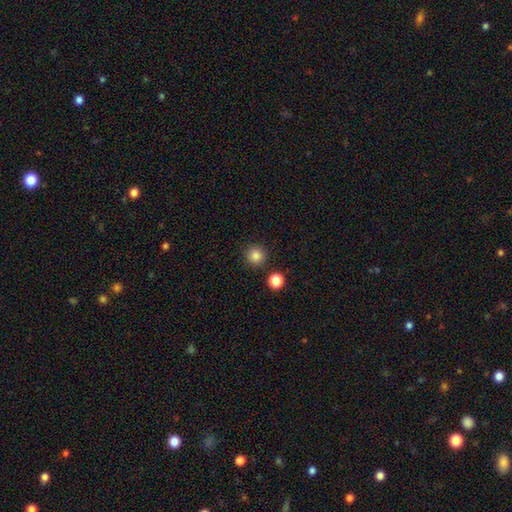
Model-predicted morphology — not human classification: smooth-or-featured: smooth: 85% | star or artifact: 11% | featured or disk: 4%
  how-rounded: round: 95% | in between: 4% | cigar-shaped: 1%
  merging: none: 89% | minor disturbance: 6% | merger: 3% | major disturbance: 2%